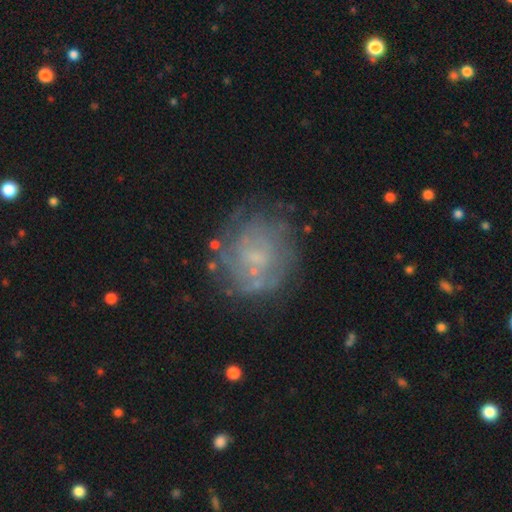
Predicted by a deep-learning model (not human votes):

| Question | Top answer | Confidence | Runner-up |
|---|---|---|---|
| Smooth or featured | featured or disk | 65% | smooth (24%) |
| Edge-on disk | no | 97% | yes (3%) |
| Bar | no | 67% | weak (29%) |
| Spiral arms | yes | 66% | no (34%) |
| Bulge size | small | 58% | none (23%) |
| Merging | none | 68% | minor disturbance (17%) |